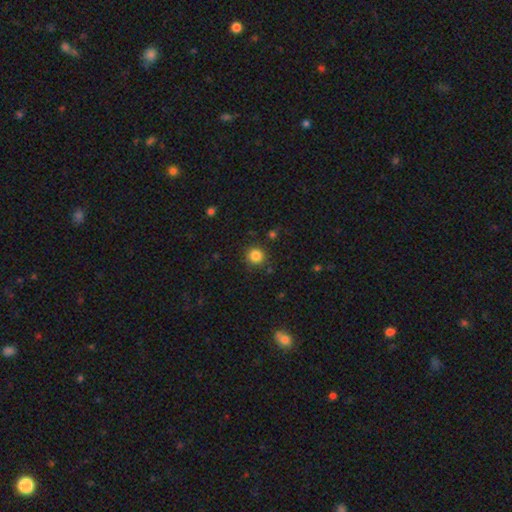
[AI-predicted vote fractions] A smooth galaxy with no disk features (84%) that is round (93%). Merging: none (88%).